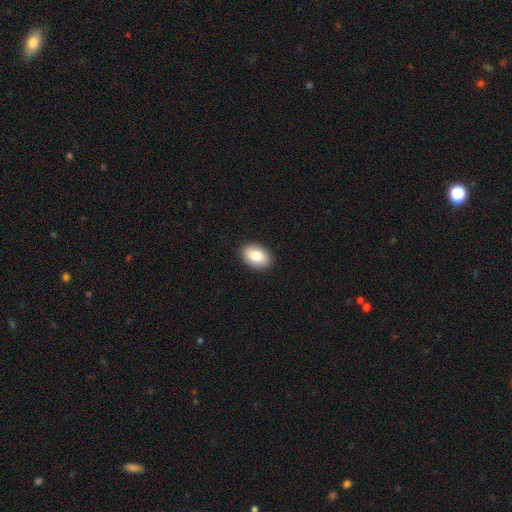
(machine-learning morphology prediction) smooth 83%, featured or disk 10%, star or artifact 7%. Down the decision tree: how rounded — in between (80%); merging — none (90%).